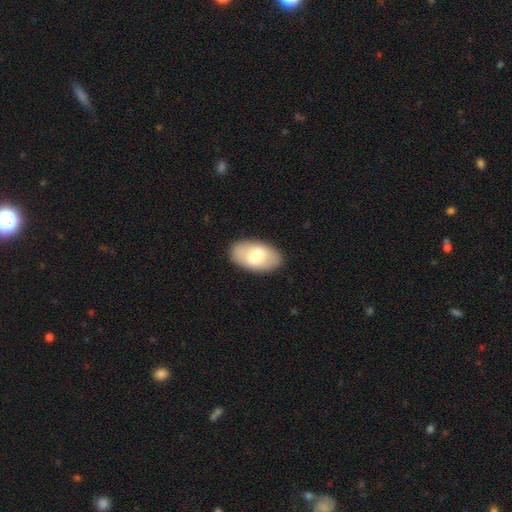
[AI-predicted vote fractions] Smooth or featured?
  - smooth: 68% *
  - featured or disk: 26%
  - star or artifact: 6%
How rounded?
  - in between: 94% *
  - round: 4%
  - cigar-shaped: 2%
Merging?
  - none: 87% *
  - minor disturbance: 9%
  - major disturbance: 3%
  - merger: 1%